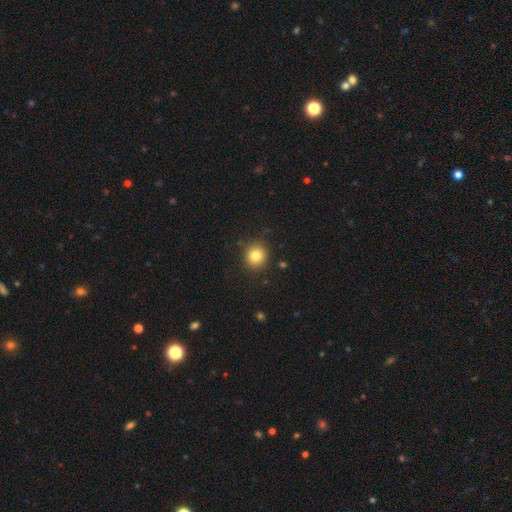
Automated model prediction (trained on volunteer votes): smooth_or_featured: smooth (p=0.82) [alt: star or artifact p=0.11]
how_rounded: round (p=0.90) [alt: in between p=0.09]
merging: none (p=0.90) [alt: minor disturbance p=0.07]